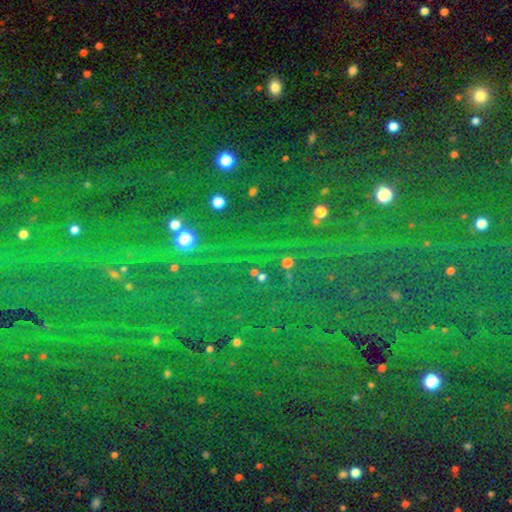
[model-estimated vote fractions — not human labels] Morphology: type=star or artifact (84%).